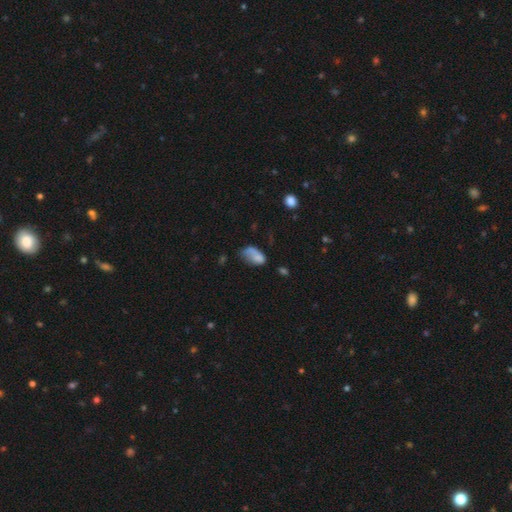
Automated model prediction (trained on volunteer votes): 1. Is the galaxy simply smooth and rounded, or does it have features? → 67% smooth, 23% featured or disk, 10% star or artifact.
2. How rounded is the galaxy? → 90% in between, 7% round, 3% cigar-shaped.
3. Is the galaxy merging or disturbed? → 34% major disturbance, 29% minor disturbance, 29% none, 9% merger.